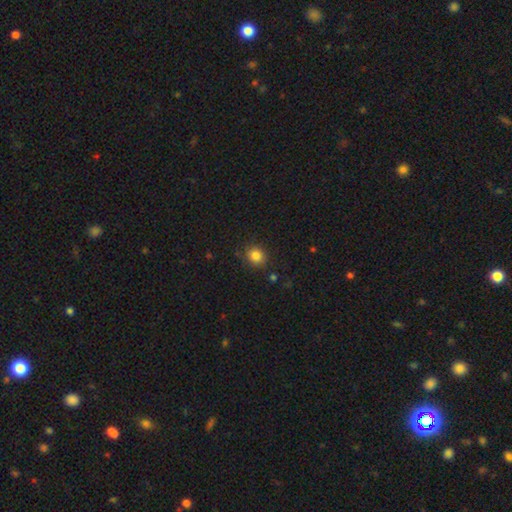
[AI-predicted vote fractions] Overall: smooth (84%). How rounded: round (79%). Merging: none (85%).